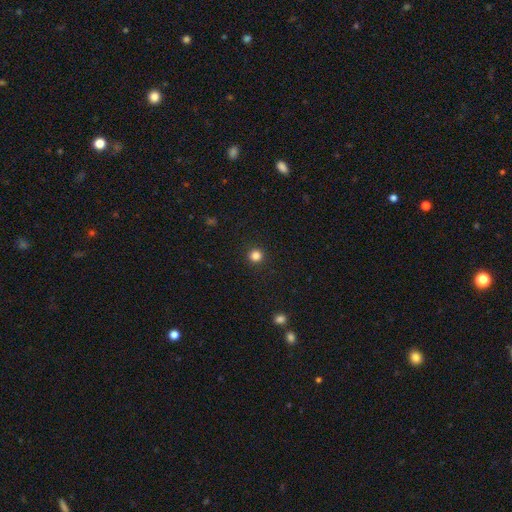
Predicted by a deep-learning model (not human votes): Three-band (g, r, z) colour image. It shows a smooth galaxy with no disk features (84%) that is round (95%). Merging: none (93%).